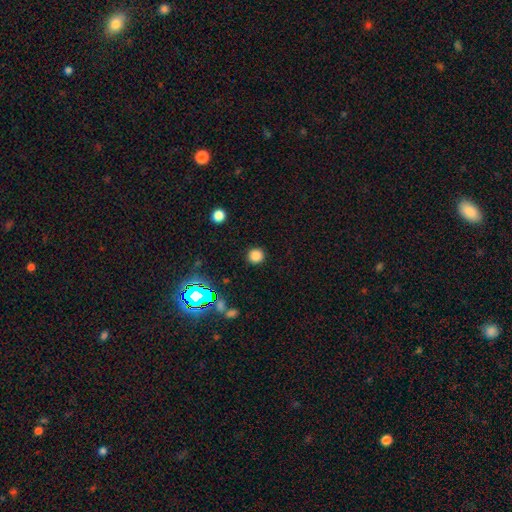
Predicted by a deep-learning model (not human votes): The model was most divided on "smooth or featured": smooth: 79%, star or artifact: 17%, featured or disk: 4%. More confident: how rounded — round (93%); merging — none (90%).